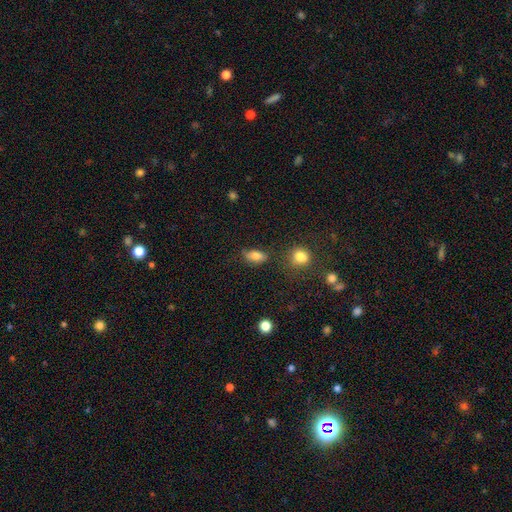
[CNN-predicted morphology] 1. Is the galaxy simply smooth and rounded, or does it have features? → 80% smooth, 10% featured or disk, 10% star or artifact.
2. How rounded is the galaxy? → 85% in between, 8% round, 7% cigar-shaped.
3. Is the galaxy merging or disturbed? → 71% none, 19% minor disturbance, 5% major disturbance, 5% merger.